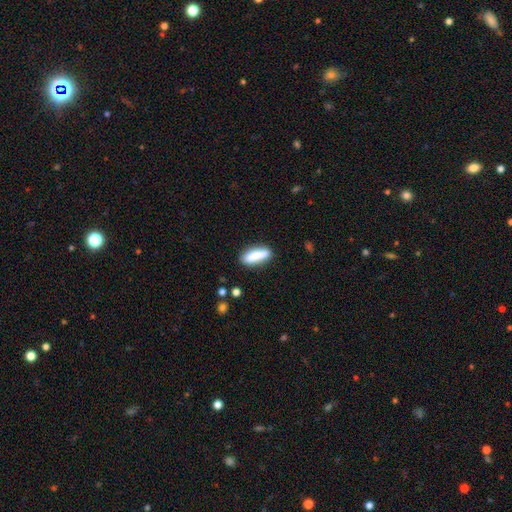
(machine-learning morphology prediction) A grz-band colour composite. It shows a smooth galaxy with no disk features (79%) that is cigar-shaped (54%). Merging: none (78%).